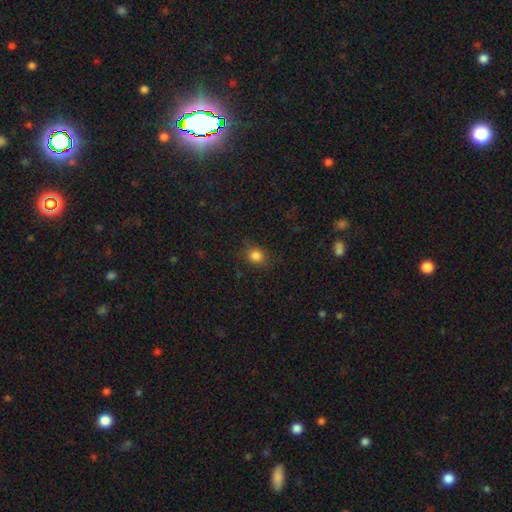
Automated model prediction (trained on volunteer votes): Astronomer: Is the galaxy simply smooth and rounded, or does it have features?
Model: smooth — 82%.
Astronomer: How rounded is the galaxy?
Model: round — 74%.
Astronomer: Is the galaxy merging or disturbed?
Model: none — 79%.